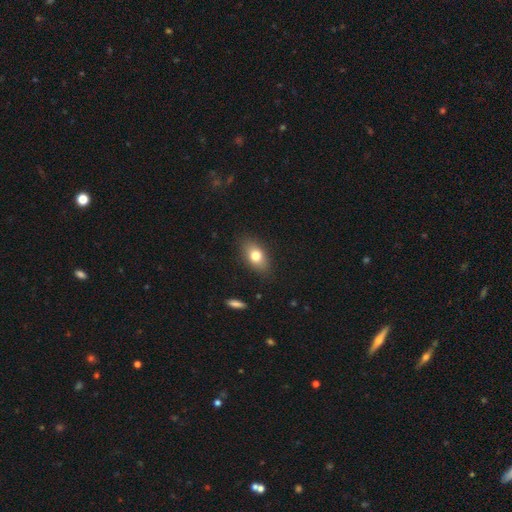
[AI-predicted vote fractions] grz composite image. It shows a smooth galaxy with no disk features (76%) that is in between round and cigar-shaped (84%). Merging: none (85%).